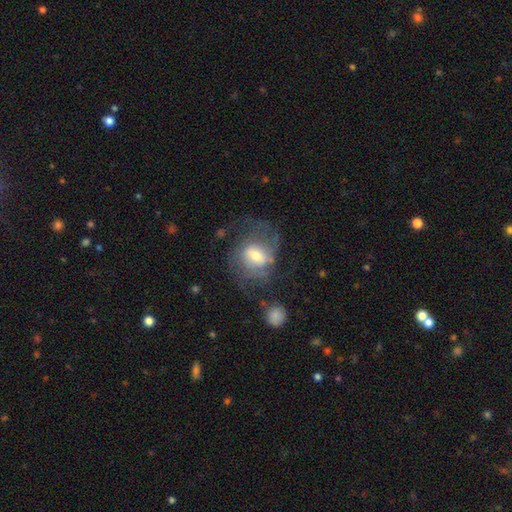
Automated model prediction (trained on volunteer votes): Smooth or featured: featured or disk — 61% (smooth — 30%)
Edge-on disk: no — 96% (yes — 4%)
Bar: weak — 50% (no — 34%)
Spiral arms: yes — 75% (no — 25%)
Bulge size: moderate — 60% (small — 26%)
Merging: none — 46% (major disturbance — 29%)